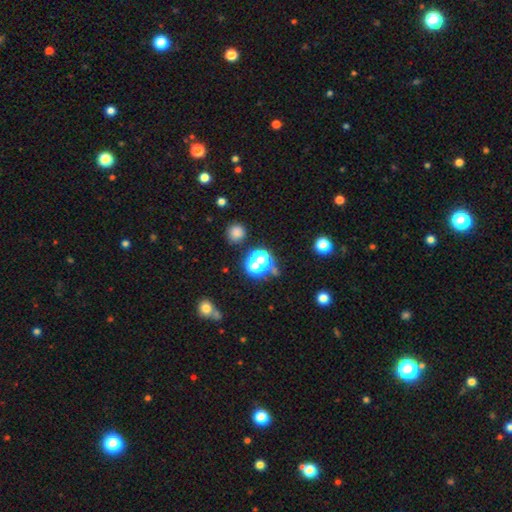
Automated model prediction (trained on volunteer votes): smooth-or-featured: star or artifact: 63% | smooth: 29% | featured or disk: 8%